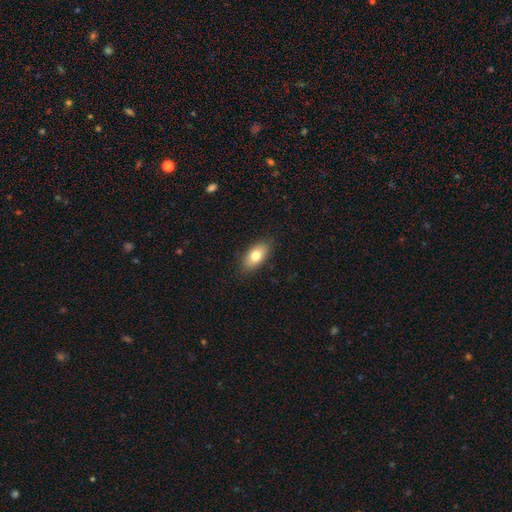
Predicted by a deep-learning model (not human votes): smooth_or_featured: smooth (p=0.76) [alt: featured or disk p=0.16]
how_rounded: in between (p=0.89) [alt: round p=0.06]
merging: none (p=0.86) [alt: minor disturbance p=0.10]